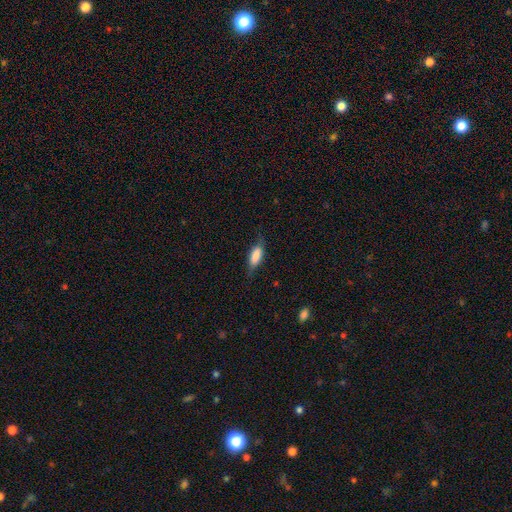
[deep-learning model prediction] Overall: smooth (75%). How rounded: in between (72%). Merging: none (65%).